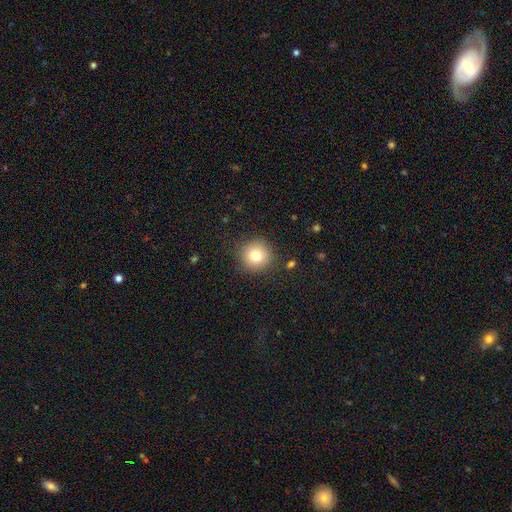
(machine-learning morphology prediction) A smooth galaxy with no disk features (79%) that is round (93%). Merging: none (88%).